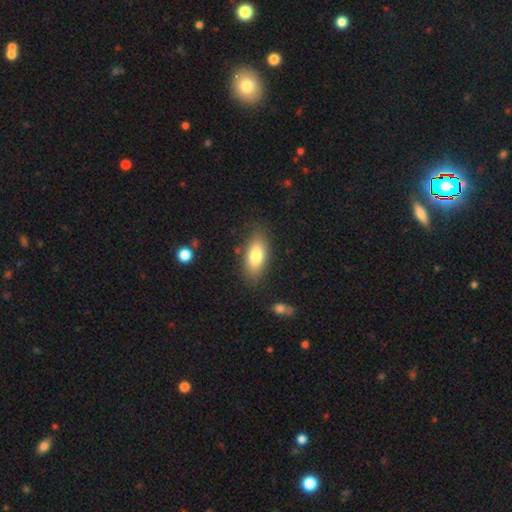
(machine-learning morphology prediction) Smooth or featured: smooth — 80% (featured or disk — 14%)
How rounded: in between — 85% (cigar-shaped — 12%)
Merging: none — 81% (minor disturbance — 13%)